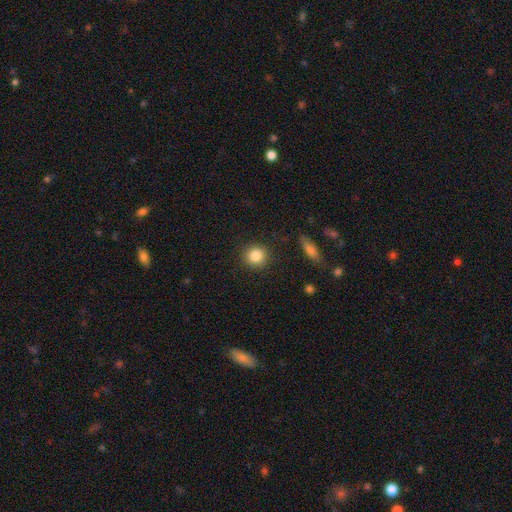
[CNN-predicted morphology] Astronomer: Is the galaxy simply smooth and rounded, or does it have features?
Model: smooth — 85%.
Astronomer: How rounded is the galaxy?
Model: round — 90%.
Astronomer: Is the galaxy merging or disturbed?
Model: none — 90%.